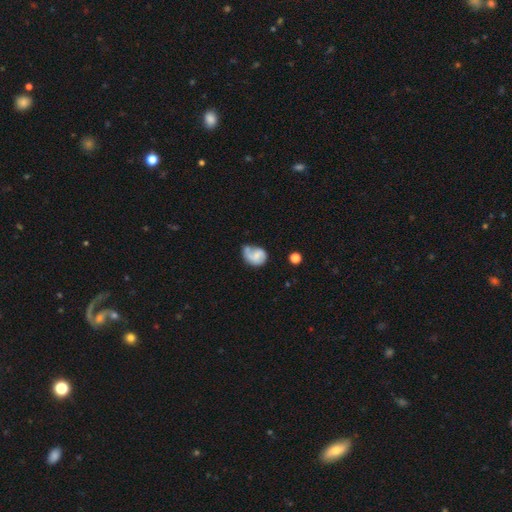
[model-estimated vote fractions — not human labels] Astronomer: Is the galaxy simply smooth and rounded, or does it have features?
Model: smooth — 49% (runner-up: featured or disk, 43%).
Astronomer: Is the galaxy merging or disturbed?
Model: none — 33% (runner-up: minor disturbance, 31%).